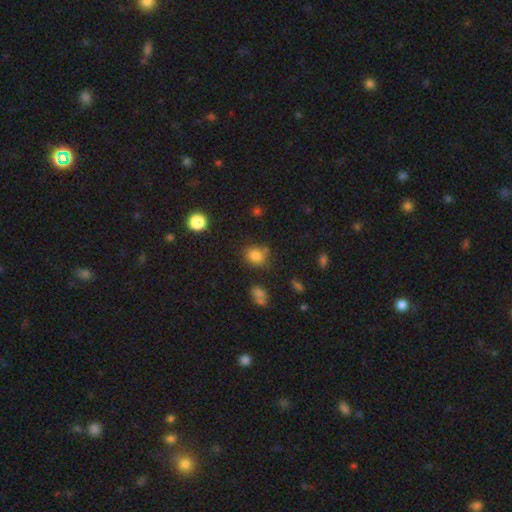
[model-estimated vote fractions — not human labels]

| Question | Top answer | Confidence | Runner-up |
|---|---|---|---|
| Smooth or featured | smooth | 81% | star or artifact (13%) |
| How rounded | round | 66% | in between (33%) |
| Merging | none | 69% | minor disturbance (18%) |